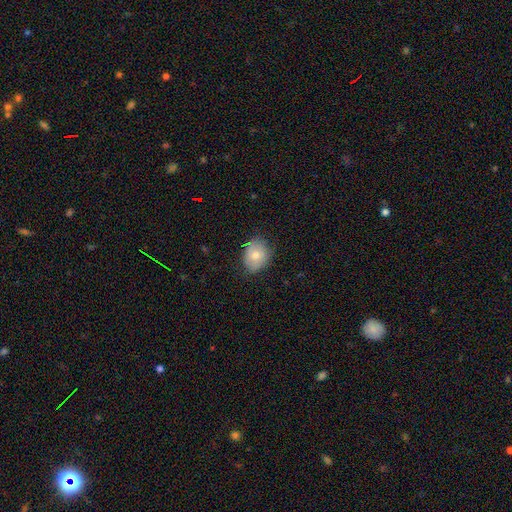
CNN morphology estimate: A smooth galaxy with no disk features (73%) that is in between round and cigar-shaped (52%).

Vote fractions:
- Smooth or featured? smooth: 73% / featured or disk: 19% / star or artifact: 8%
- How rounded? in between: 52% / round: 47% / cigar-shaped: 1%
- Merging? none: 73% / minor disturbance: 22% / major disturbance: 4% / merger: 1%